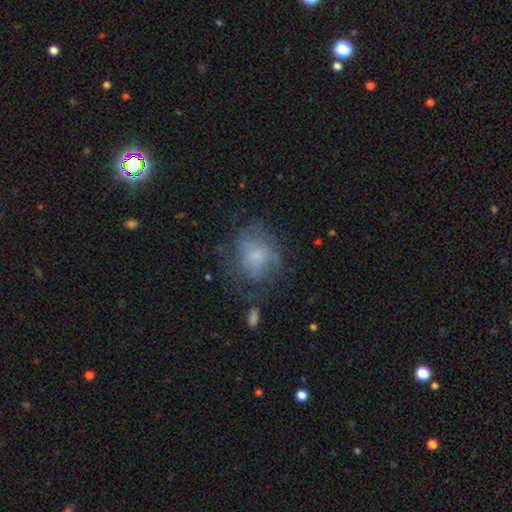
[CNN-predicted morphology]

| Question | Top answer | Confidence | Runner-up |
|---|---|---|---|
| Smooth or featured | smooth | 49% | featured or disk (38%) |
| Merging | none | 56% | minor disturbance (23%) |